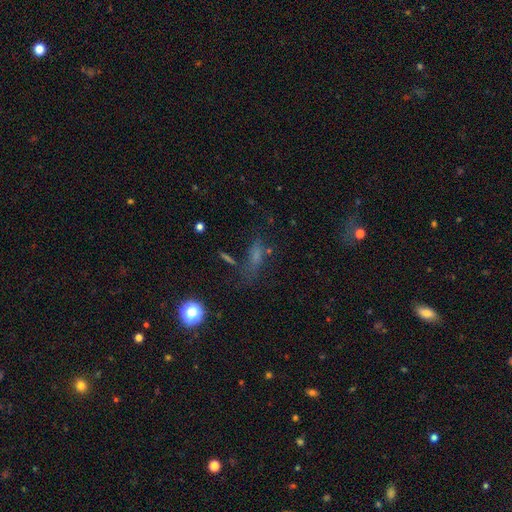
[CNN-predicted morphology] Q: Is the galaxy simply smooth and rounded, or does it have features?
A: smooth — 50%.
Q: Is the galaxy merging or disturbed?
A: none — 52%.